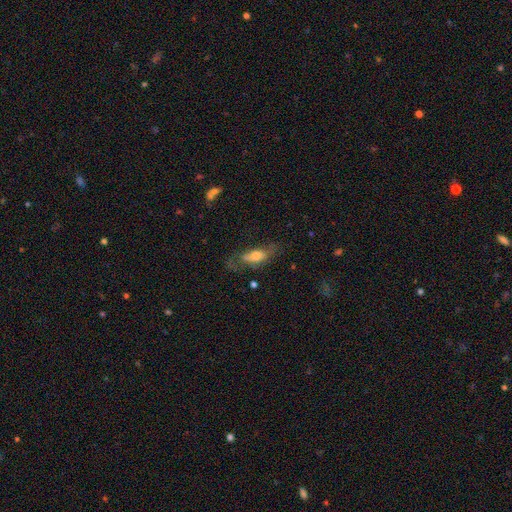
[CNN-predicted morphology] Smooth or featured?
  - smooth: 47% *
  - featured or disk: 42%
  - star or artifact: 11%
Merging?
  - none: 51% *
  - major disturbance: 23%
  - minor disturbance: 23%
  - merger: 3%